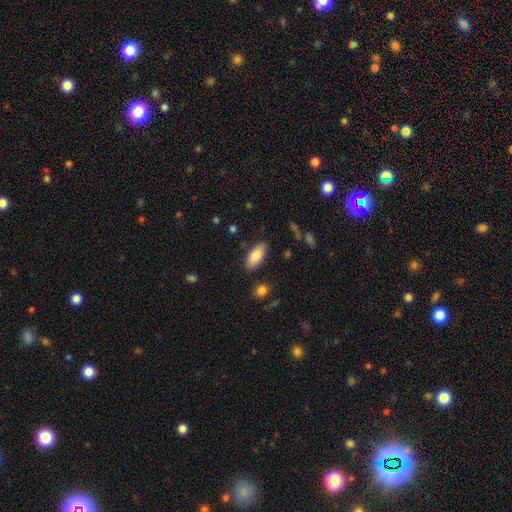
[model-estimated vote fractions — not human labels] Overall: smooth (84%). How rounded: in between (88%). Merging: none (85%).